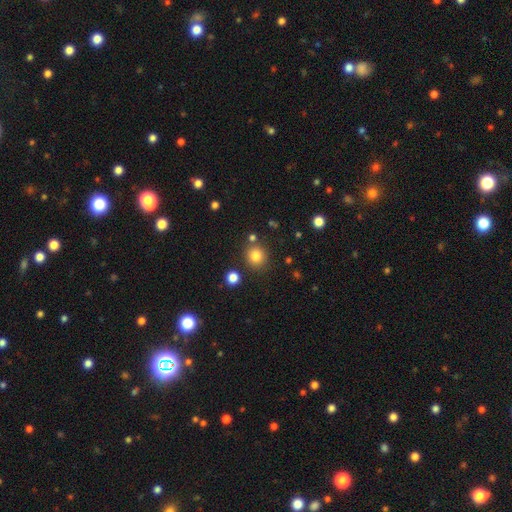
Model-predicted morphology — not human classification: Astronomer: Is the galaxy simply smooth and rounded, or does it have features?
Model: smooth — 82%.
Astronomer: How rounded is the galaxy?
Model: round — 88%.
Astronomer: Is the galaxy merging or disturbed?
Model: none — 82%.